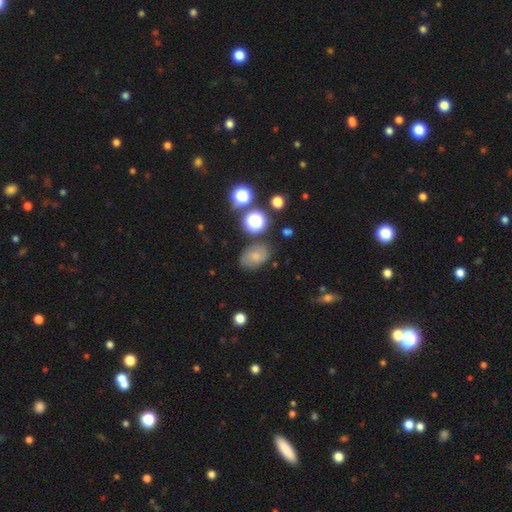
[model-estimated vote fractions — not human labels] A smooth galaxy with no disk features (61%) that is in between round and cigar-shaped (75%). Merging: none (74%).